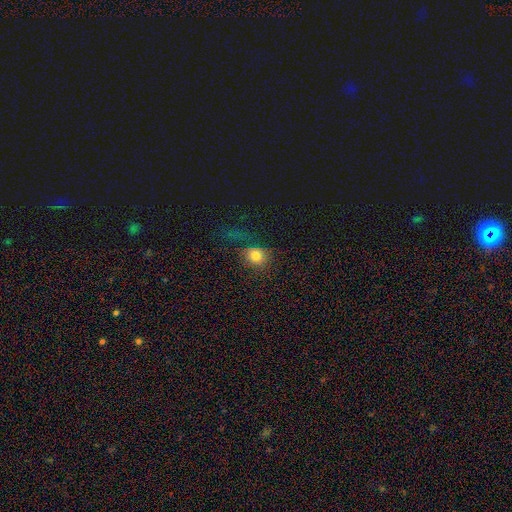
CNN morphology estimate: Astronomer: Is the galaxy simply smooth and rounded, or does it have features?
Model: smooth — 78%.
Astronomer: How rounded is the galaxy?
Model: round — 74%.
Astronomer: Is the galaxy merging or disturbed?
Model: none — 60%.